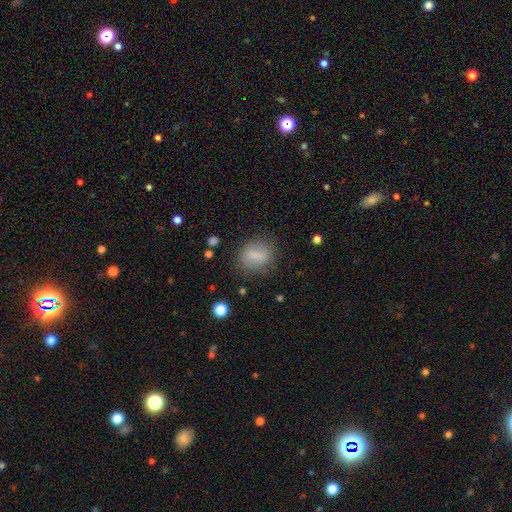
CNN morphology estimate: Overall: smooth (71%). How rounded: in between (49%; round 46%). Merging: none (79%).